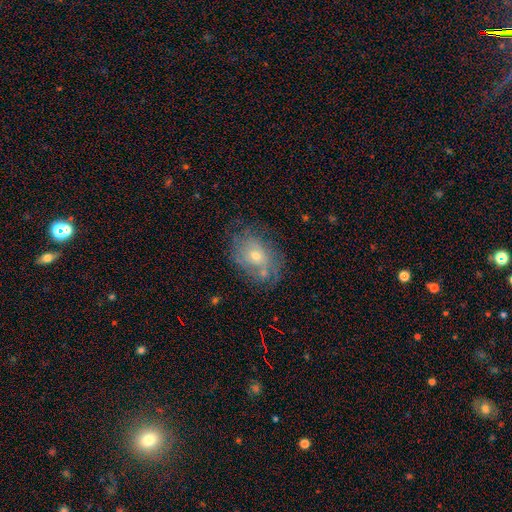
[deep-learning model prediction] A featured or disk galaxy (55%) with no bar (81%), spiral arms (63%) and a small central bulge (48%).

Vote fractions:
- Smooth or featured? featured or disk: 55% / smooth: 33% / star or artifact: 12%
- Edge-on disk? no: 95% / yes: 5%
- Bar? no: 81% / weak: 16% / strong: 3%
- Spiral arms? yes: 63% / no: 37%
- Bulge size? small: 48% / moderate: 47% / large: 2% / none: 1% / dominant: 1%
- Merging? none: 61% / minor disturbance: 22% / major disturbance: 11% / merger: 6%